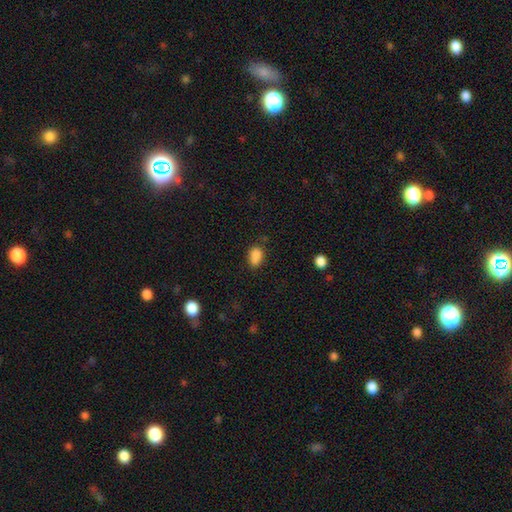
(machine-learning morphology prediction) smooth_or_featured: smooth (p=0.83) [alt: star or artifact p=0.10]
how_rounded: in between (p=0.79) [alt: round p=0.19]
merging: none (p=0.57) [alt: minor disturbance p=0.24]